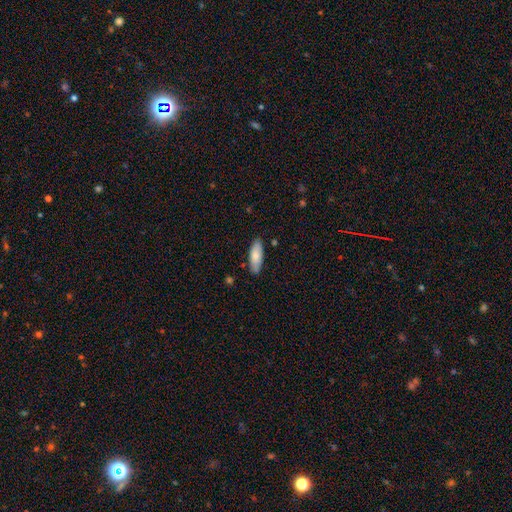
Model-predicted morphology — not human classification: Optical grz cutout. It shows a smooth galaxy with no disk features (79%) that is in between round and cigar-shaped (70%). Merging: none (84%).